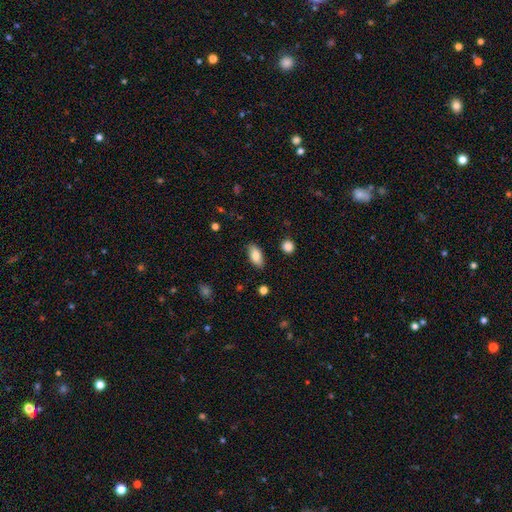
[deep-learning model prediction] Morphology: type=smooth (82%); roundness=in between (87%); merging=none (85%).